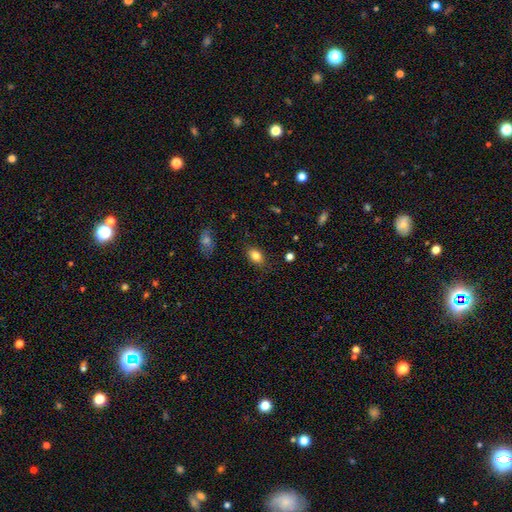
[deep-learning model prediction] smooth_or_featured: smooth (p=0.82) [alt: star or artifact p=0.10]
how_rounded: in between (p=0.83) [alt: round p=0.15]
merging: none (p=0.83) [alt: minor disturbance p=0.13]